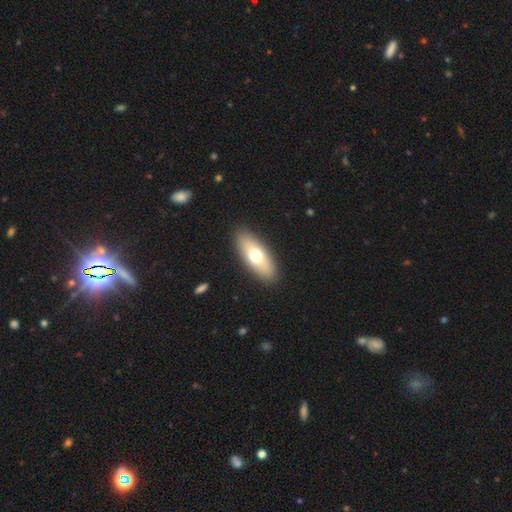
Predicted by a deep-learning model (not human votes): Smooth or featured? Predicted: smooth (p=0.66). How rounded? Predicted: in between (p=0.75). Merging? Predicted: none (p=0.89).